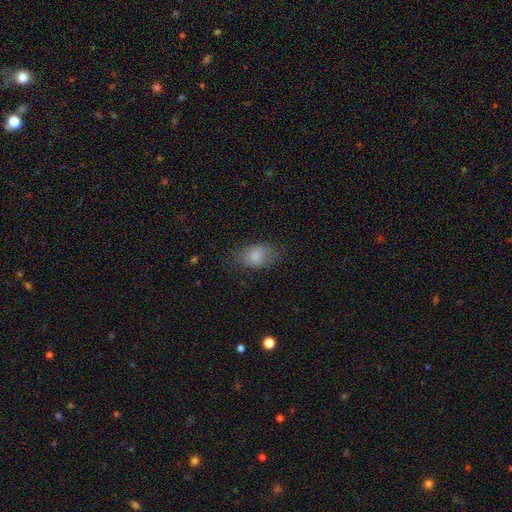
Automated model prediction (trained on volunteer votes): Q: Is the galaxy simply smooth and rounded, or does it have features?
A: smooth — 84%.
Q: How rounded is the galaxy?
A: in between — 82%.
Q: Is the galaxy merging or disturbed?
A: none — 71%.